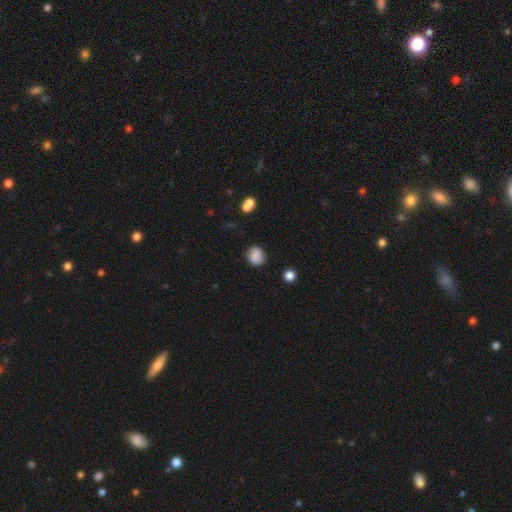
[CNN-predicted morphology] Overall: smooth (86%). How rounded: round (65%; in between 34%). Merging: none (82%).